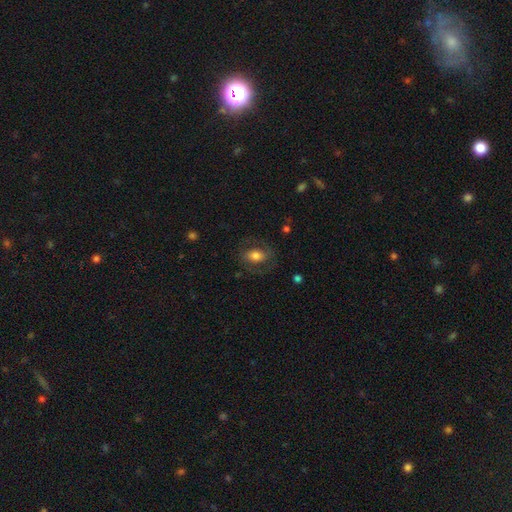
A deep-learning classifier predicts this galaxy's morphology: Smooth or featured? Predicted: smooth (p=0.52). How rounded? Predicted: in between (p=0.74). Merging? Predicted: none (p=0.71).